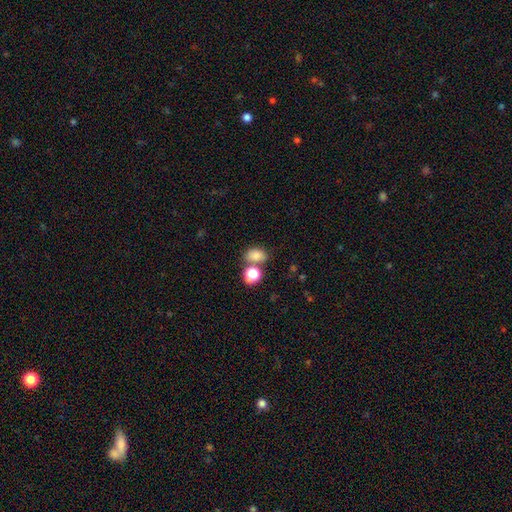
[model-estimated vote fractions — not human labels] A smooth galaxy with no disk features (78%) that is in between round and cigar-shaped (67%). Merging: none (59%).